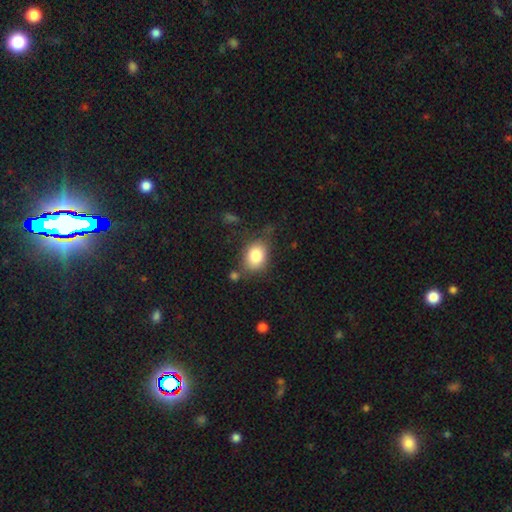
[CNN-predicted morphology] type=smooth (82%); roundness=in between (58%); merging=none (63%).